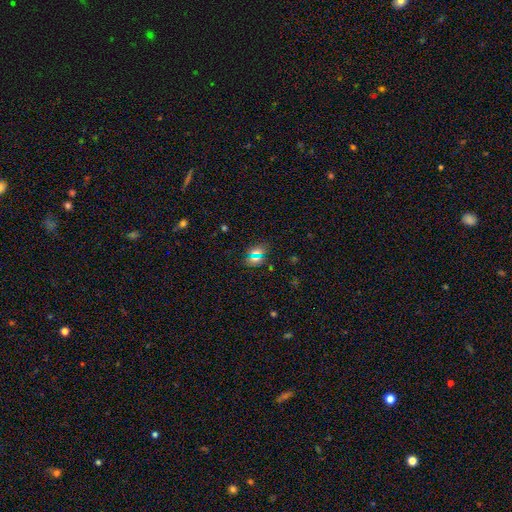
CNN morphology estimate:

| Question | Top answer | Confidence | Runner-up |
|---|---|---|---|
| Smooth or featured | smooth | 60% | star or artifact (29%) |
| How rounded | in between | 56% | round (37%) |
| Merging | none | 79% | minor disturbance (11%) |